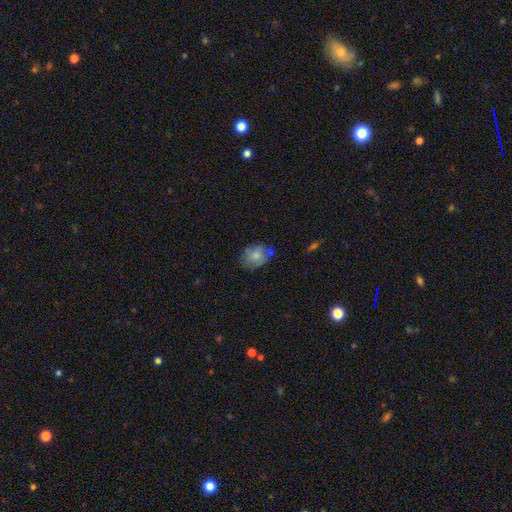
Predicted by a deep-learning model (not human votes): smooth-or-featured: smooth: 74% | featured or disk: 19% | star or artifact: 7%
  how-rounded: in between: 66% | round: 33% | cigar-shaped: 1%
  merging: none: 58% | minor disturbance: 27% | merger: 8% | major disturbance: 7%